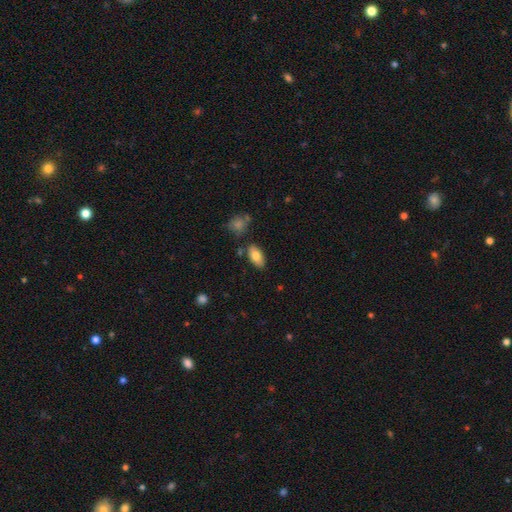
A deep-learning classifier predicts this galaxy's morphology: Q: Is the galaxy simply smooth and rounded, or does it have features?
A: smooth — 80%.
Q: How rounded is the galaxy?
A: in between — 93%.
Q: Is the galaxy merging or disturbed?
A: none — 80%.